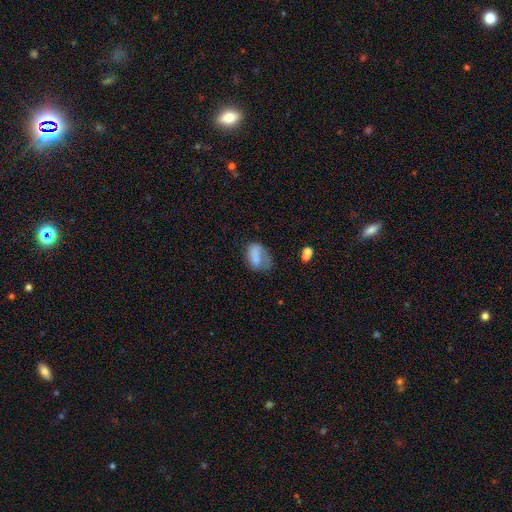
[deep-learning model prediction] Smooth or featured?
  - smooth: 64% *
  - featured or disk: 27%
  - star or artifact: 9%
How rounded?
  - in between: 82% *
  - round: 16%
  - cigar-shaped: 2%
Merging?
  - major disturbance: 36% *
  - none: 31%
  - minor disturbance: 28%
  - merger: 5%